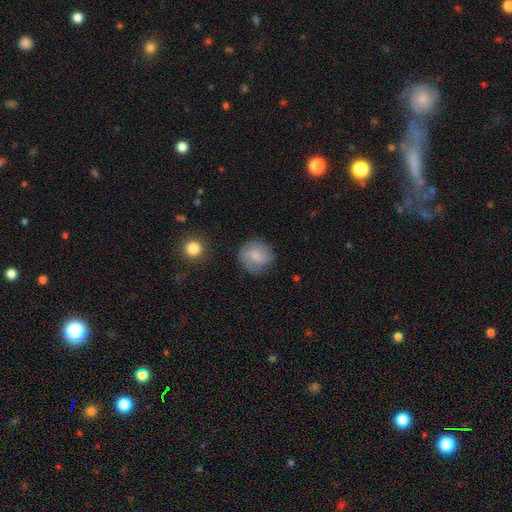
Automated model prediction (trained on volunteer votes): This is possibly a smooth galaxy (54%). How rounded: clearly round (84%). Merging: likely none (73%).